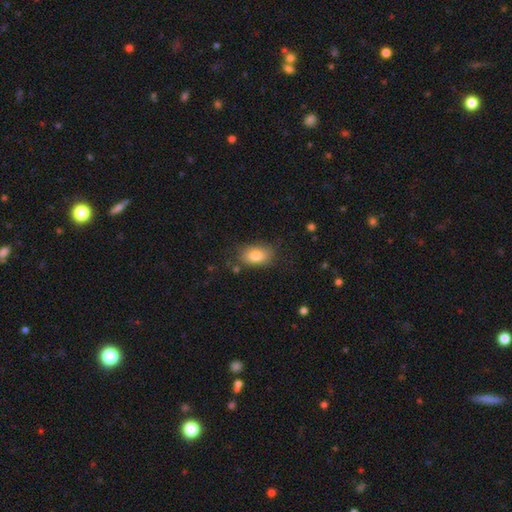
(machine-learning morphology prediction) Q: Smooth or featured?
A: smooth (82%); runner-up: featured or disk (10%)
Q: How rounded?
A: in between (88%); runner-up: round (10%)
Q: Merging?
A: none (76%); runner-up: minor disturbance (17%)